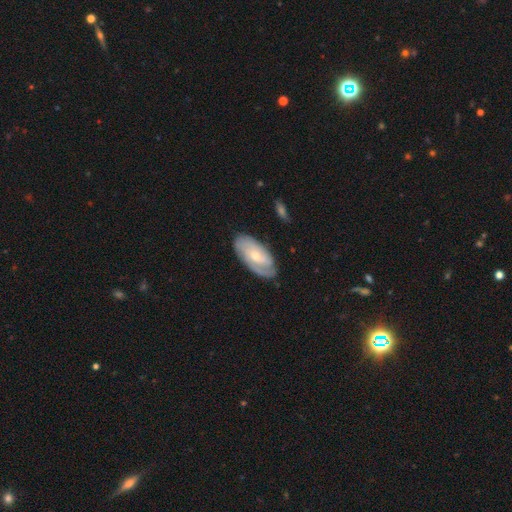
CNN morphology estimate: A featured or disk galaxy (63%) with no bar (64%), spiral arms (84%) and a small central bulge (49%). Merging: none (74%).